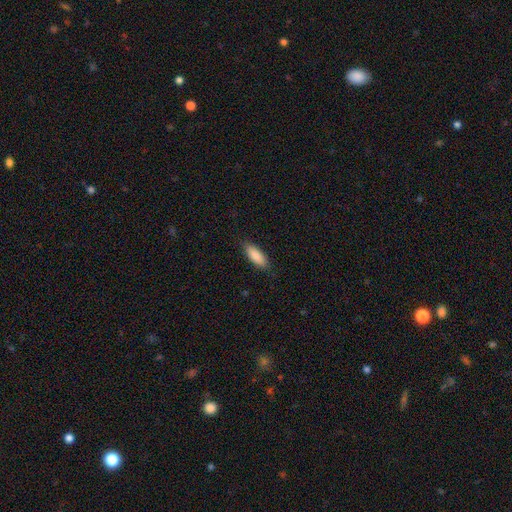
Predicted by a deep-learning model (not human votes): A smooth galaxy with no disk features (88%) that is in between round and cigar-shaped (69%).

Vote fractions:
- Smooth or featured? smooth: 88% / featured or disk: 6% / star or artifact: 6%
- How rounded? in between: 69% / cigar-shaped: 29% / round: 2%
- Merging? none: 86% / minor disturbance: 11% / major disturbance: 2% / merger: 1%